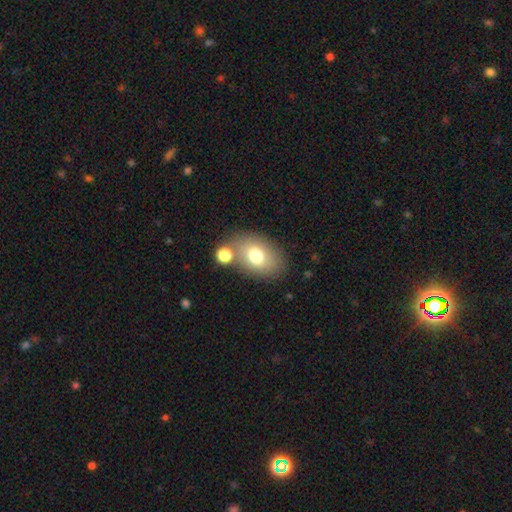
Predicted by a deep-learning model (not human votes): Smooth or featured?
  - smooth: 73% *
  - featured or disk: 17%
  - star or artifact: 10%
How rounded?
  - in between: 82% *
  - round: 17%
  - cigar-shaped: 1%
Merging?
  - none: 69% *
  - merger: 13%
  - minor disturbance: 13%
  - major disturbance: 5%